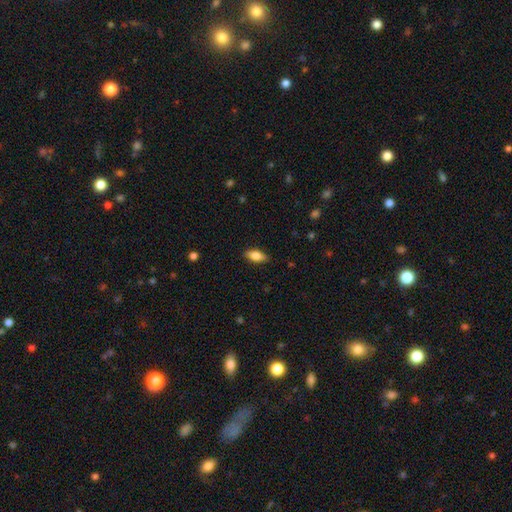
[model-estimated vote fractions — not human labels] smooth_or_featured: smooth (p=0.77) [alt: featured or disk p=0.16]
how_rounded: in between (p=0.83) [alt: cigar-shaped p=0.14]
merging: none (p=0.84) [alt: minor disturbance p=0.12]